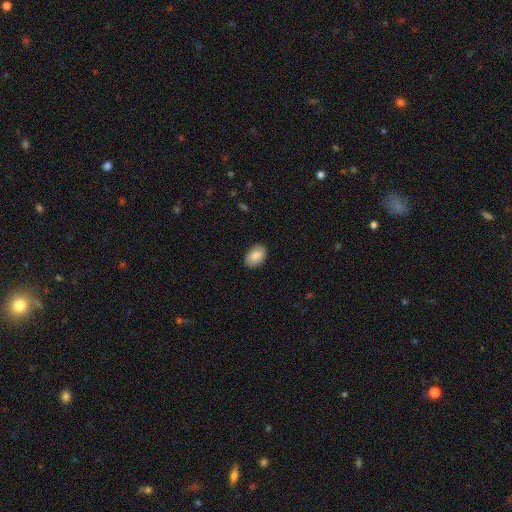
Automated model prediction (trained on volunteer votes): The model was most divided on "merging": none: 83%, minor disturbance: 13%, major disturbance: 3%, merger: 1%. More confident: how rounded — in between (87%); smooth or featured — smooth (82%).